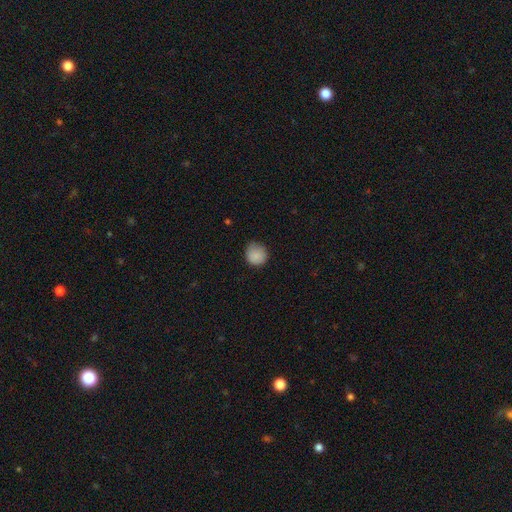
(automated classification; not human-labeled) Smooth or featured? smooth (86%)
How rounded? round (89%)
Merging? none (72%)